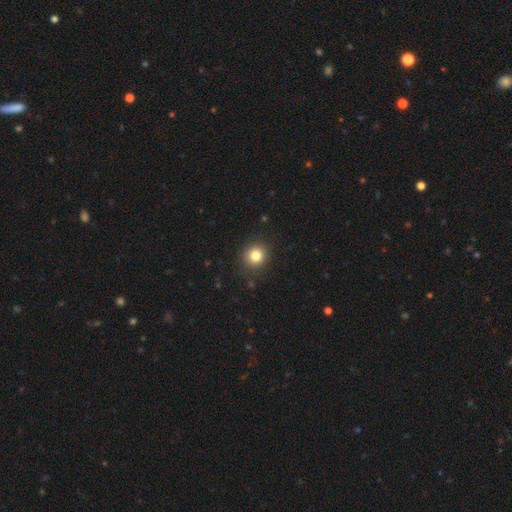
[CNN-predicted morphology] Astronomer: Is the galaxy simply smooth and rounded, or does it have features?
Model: smooth — 81%.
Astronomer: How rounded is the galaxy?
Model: round — 89%.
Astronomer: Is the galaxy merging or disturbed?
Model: none — 89%.